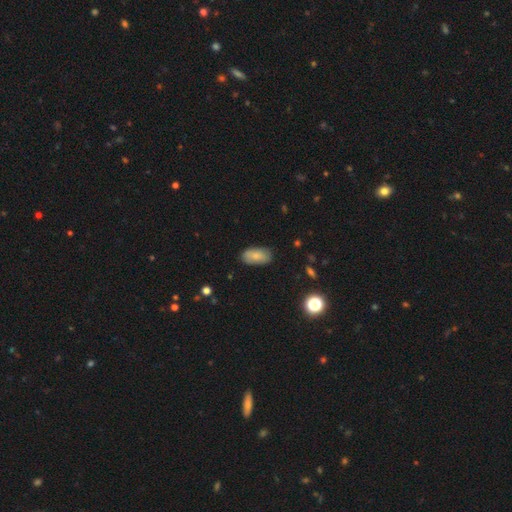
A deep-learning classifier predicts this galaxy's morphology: Smooth or featured: smooth — 79% (featured or disk — 13%)
How rounded: in between — 93% (cigar-shaped — 4%)
Merging: none — 84% (minor disturbance — 13%)